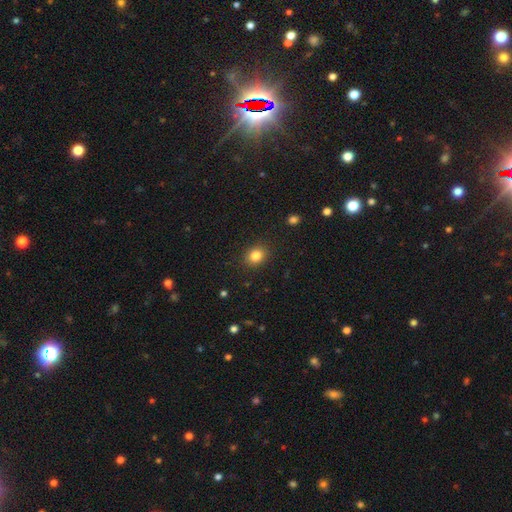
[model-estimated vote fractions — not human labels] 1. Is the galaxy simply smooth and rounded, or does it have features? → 83% smooth, 11% star or artifact, 6% featured or disk.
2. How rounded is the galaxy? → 60% round, 39% in between, 1% cigar-shaped.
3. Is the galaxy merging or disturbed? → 89% none, 8% minor disturbance, 2% major disturbance, 1% merger.